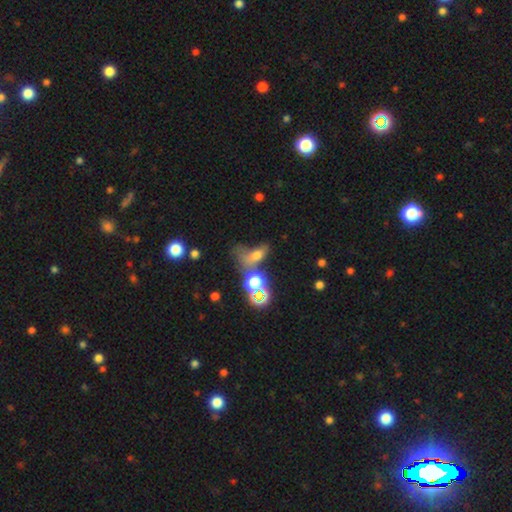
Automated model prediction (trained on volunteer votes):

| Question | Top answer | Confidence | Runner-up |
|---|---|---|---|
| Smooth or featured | smooth | 56% | star or artifact (26%) |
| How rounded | in between | 68% | round (22%) |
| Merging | merger | 32% | none (27%) |